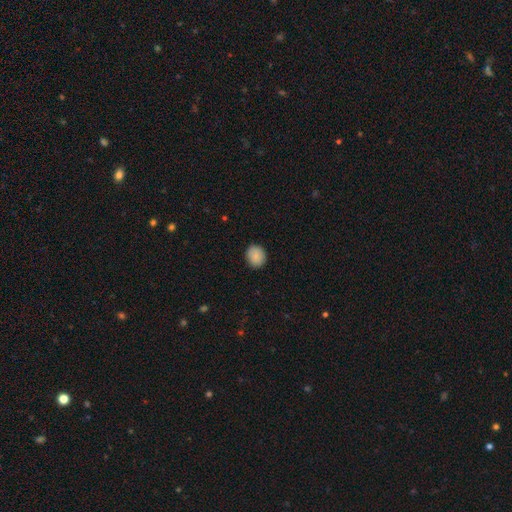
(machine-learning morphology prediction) Smooth or featured?
  - smooth: 88% *
  - star or artifact: 7%
  - featured or disk: 5%
How rounded?
  - round: 71% *
  - in between: 29%
  - cigar-shaped: 1%
Merging?
  - none: 87% *
  - minor disturbance: 10%
  - major disturbance: 2%
  - merger: 1%